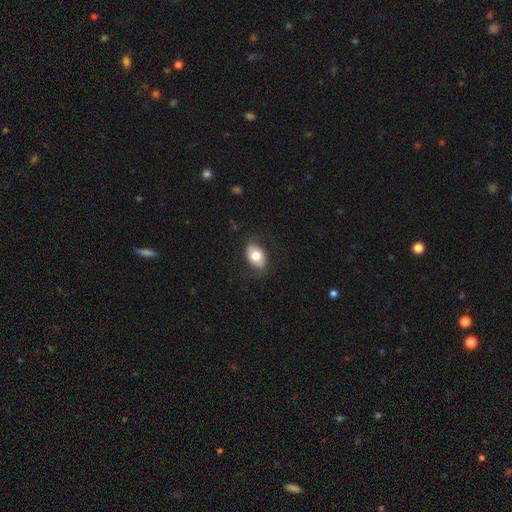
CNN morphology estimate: smooth 73%, featured or disk 20%, star or artifact 7%. Down the decision tree: how rounded — in between (83%); merging — none (76%).